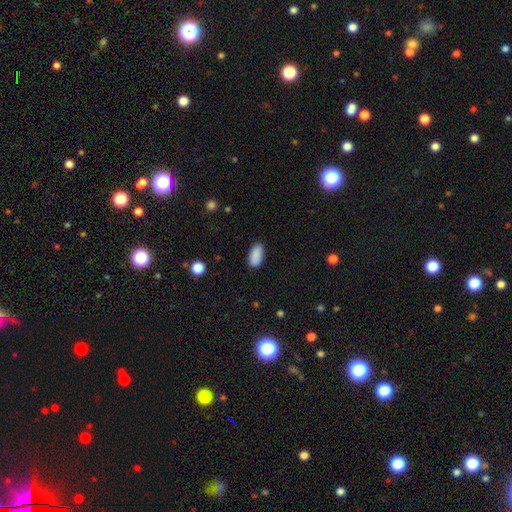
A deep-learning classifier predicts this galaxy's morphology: The model was most divided on "merging": none: 86%, minor disturbance: 10%, major disturbance: 2%, merger: 1%. More confident: how rounded — in between (92%); smooth or featured — smooth (90%).